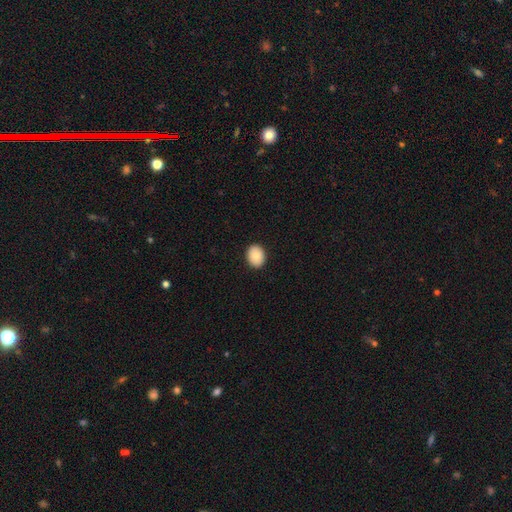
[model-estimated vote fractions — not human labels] Smooth or featured: smooth — 87% (star or artifact — 7%)
How rounded: in between — 60% (round — 39%)
Merging: none — 90% (minor disturbance — 7%)